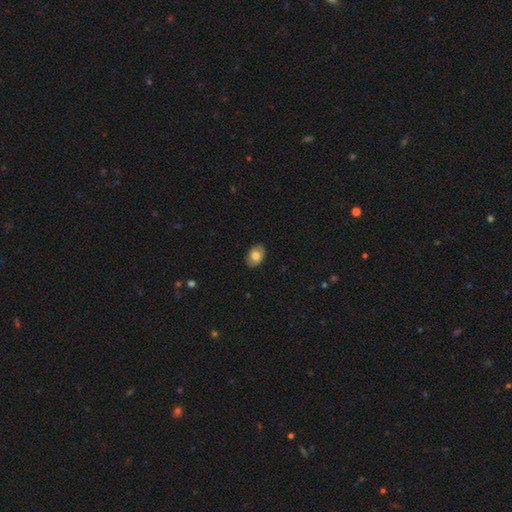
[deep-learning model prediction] Q: Smooth or featured?
A: smooth (76%); runner-up: featured or disk (17%)
Q: How rounded?
A: in between (83%); runner-up: round (16%)
Q: Merging?
A: none (86%); runner-up: minor disturbance (11%)